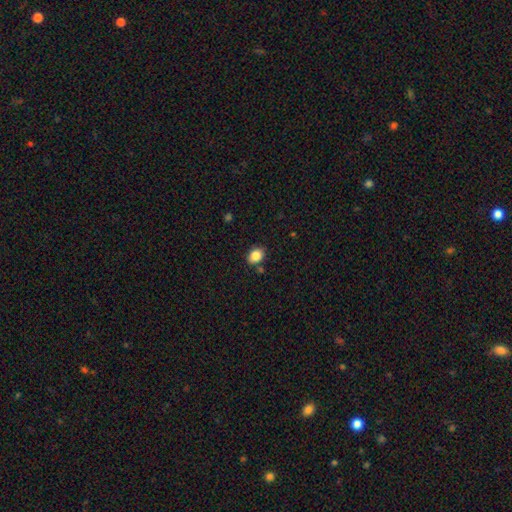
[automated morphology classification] The model was most divided on "how rounded": in between: 59%, round: 40%, cigar-shaped: 1%. More confident: smooth or featured — smooth (85%); merging — none (81%).